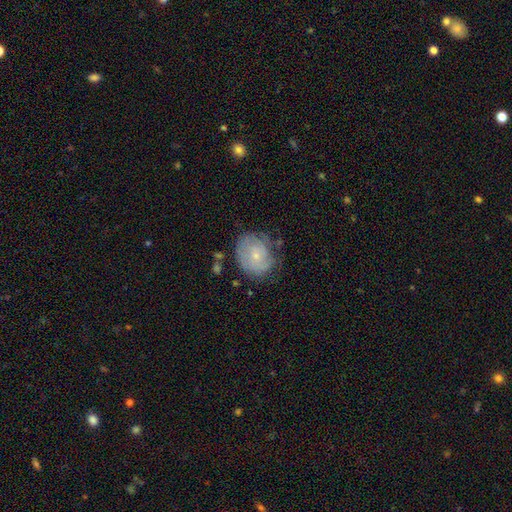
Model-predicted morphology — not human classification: Smooth or featured? featured or disk (53%)
Edge-on disk? no (97%)
Bar? no (78%)
Spiral arms? yes (72%)
Bulge size? small (76%)
Merging? none (60%)